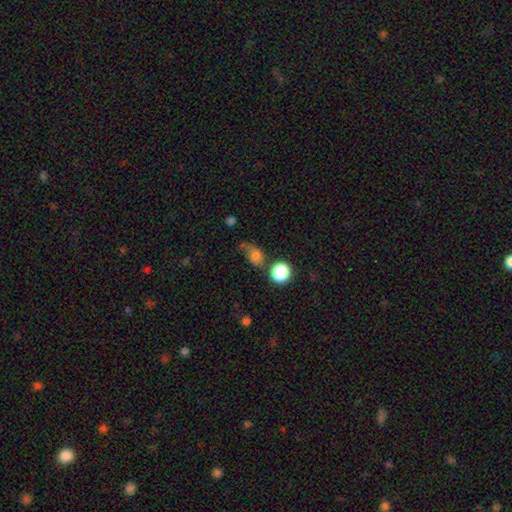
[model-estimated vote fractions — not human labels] Overall: smooth (74%). How rounded: in between (50%; round 47%). Merging: none (42%; minor disturbance 27%).